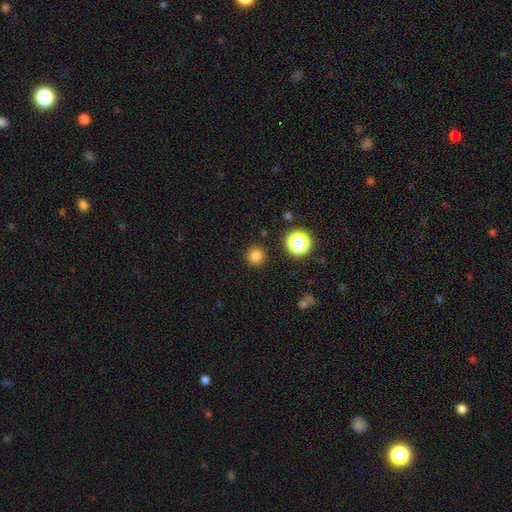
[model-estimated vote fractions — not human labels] Smooth or featured? smooth (80%)
How rounded? round (95%)
Merging? none (91%)